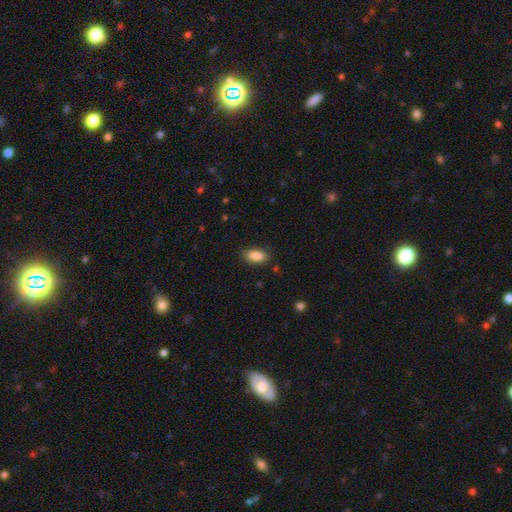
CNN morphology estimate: This is clearly a smooth galaxy (88%). How rounded: clearly in between (90%). Merging: clearly none (84%).